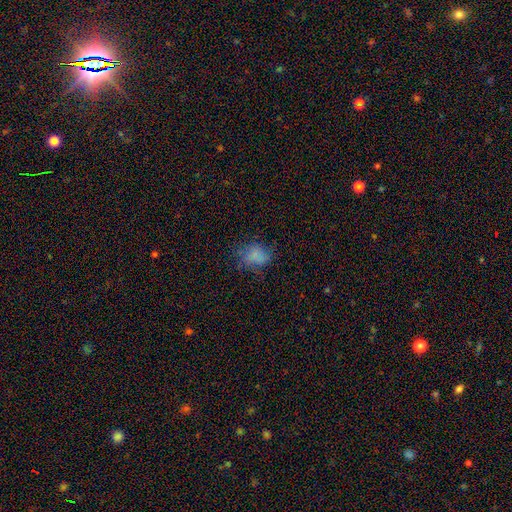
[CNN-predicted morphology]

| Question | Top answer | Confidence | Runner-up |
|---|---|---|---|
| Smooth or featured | smooth | 72% | star or artifact (16%) |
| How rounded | in between | 51% | round (47%) |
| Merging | none | 60% | minor disturbance (23%) |